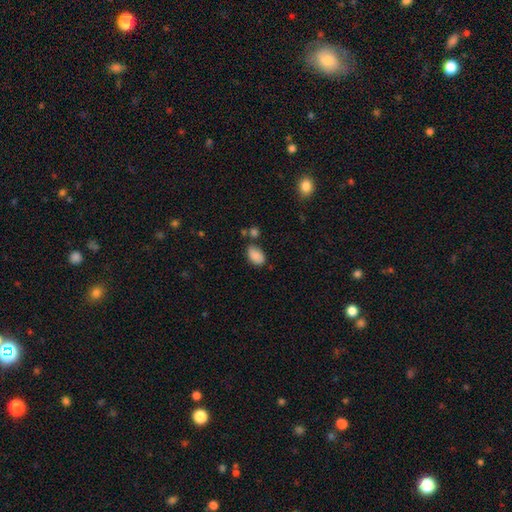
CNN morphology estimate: Overall: smooth (87%). How rounded: in between (91%). Merging: none (69%).